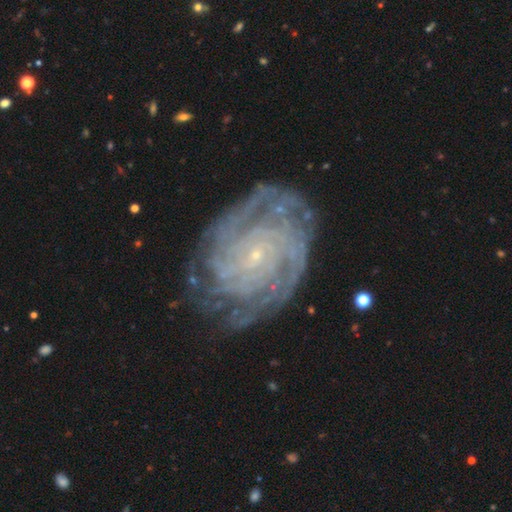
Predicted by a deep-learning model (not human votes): The model was most divided on "spiral arm count": can't tell: 27%, 4: 20%, more than 4: 19%, 3: 13%, 2: 13%, 1: 9%. More confident: edge-on disk — no (97%); spiral arms — yes (97%); bulge size — small (90%); smooth or featured — featured or disk (88%); spiral winding — tight (80%); merging — none (76%); bar — no (69%).